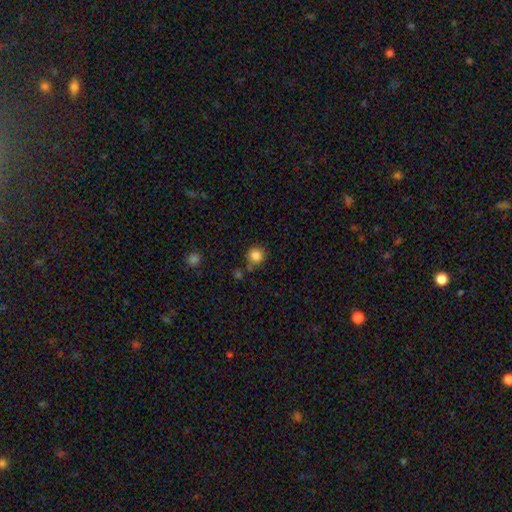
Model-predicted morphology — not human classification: Overall: smooth (85%). How rounded: round (91%). Merging: none (73%).